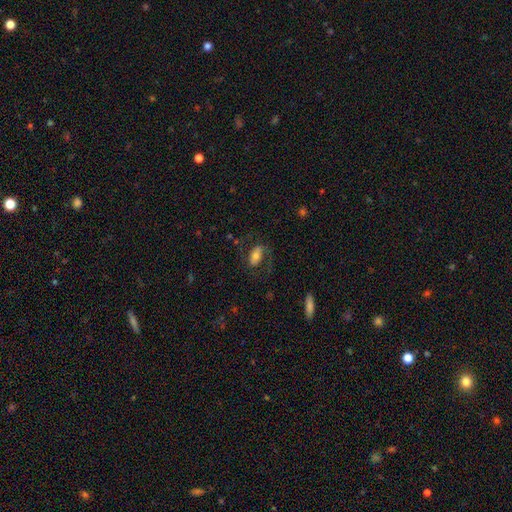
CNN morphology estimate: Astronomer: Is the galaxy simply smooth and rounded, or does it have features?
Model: smooth — 51% (runner-up: featured or disk, 41%).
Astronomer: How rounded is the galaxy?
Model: in between — 88%.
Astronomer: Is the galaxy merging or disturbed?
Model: none — 59%.